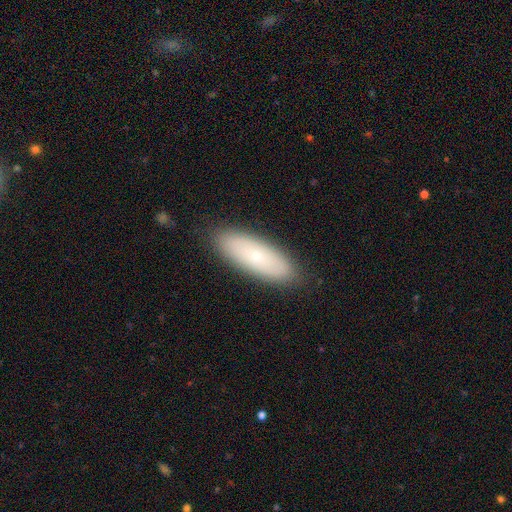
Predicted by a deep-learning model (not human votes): Smooth or featured? smooth (65%)
How rounded? in between (70%)
Merging? none (87%)